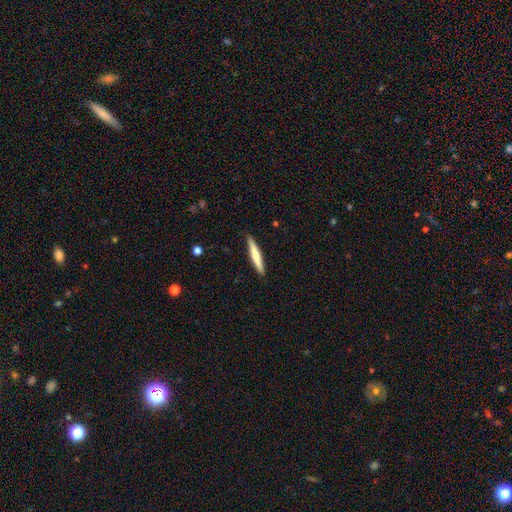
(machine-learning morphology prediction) Smooth or featured?
  - smooth: 62% *
  - featured or disk: 33%
  - star or artifact: 5%
How rounded?
  - cigar-shaped: 93% *
  - in between: 5%
  - round: 1%
Merging?
  - none: 91% *
  - minor disturbance: 7%
  - major disturbance: 1%
  - merger: 1%